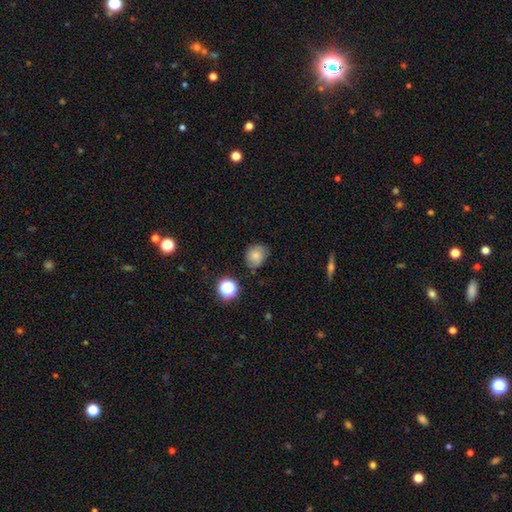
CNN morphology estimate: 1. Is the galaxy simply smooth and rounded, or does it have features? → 77% smooth, 13% star or artifact, 11% featured or disk.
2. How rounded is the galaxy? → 67% round, 32% in between, 1% cigar-shaped.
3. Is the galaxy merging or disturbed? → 69% none, 24% minor disturbance, 5% major disturbance, 2% merger.